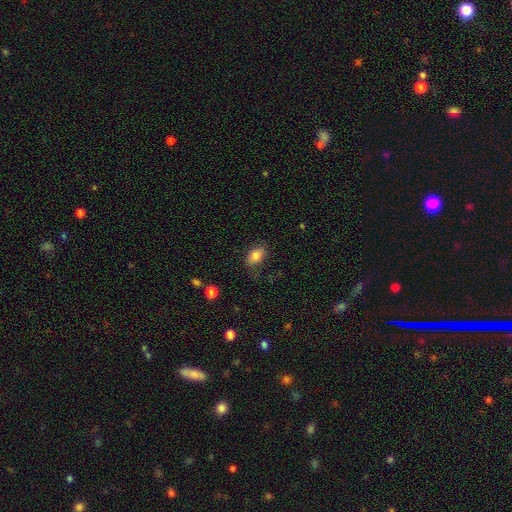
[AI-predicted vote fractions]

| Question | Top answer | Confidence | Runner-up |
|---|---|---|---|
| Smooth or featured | smooth | 82% | featured or disk (9%) |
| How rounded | in between | 87% | round (10%) |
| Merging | none | 70% | minor disturbance (21%) |